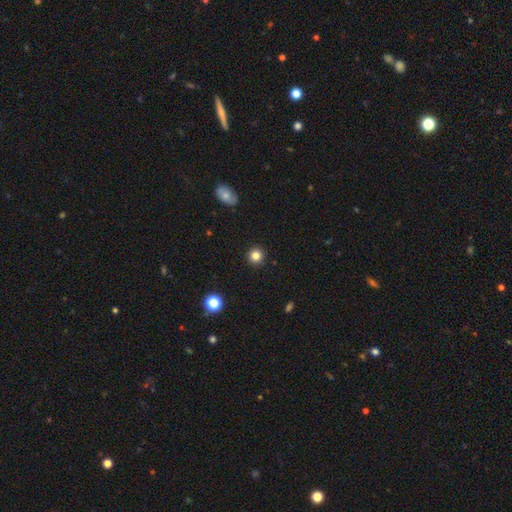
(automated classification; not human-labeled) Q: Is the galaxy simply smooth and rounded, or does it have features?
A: smooth — 83%.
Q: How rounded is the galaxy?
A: round — 94%.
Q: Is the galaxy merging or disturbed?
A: none — 93%.